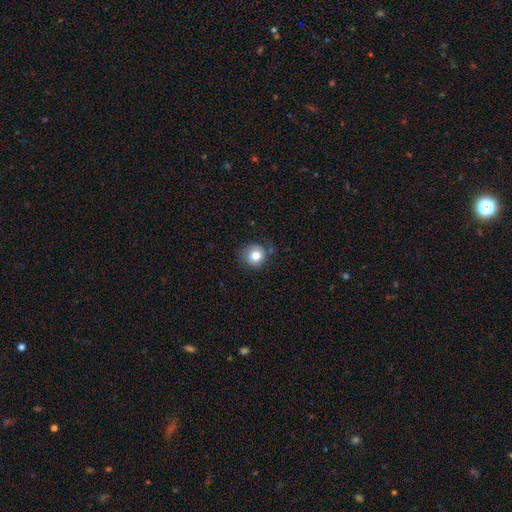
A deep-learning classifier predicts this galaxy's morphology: Q: Smooth or featured?
A: smooth (79%); runner-up: featured or disk (12%)
Q: How rounded?
A: round (88%); runner-up: in between (11%)
Q: Merging?
A: none (69%); runner-up: minor disturbance (21%)